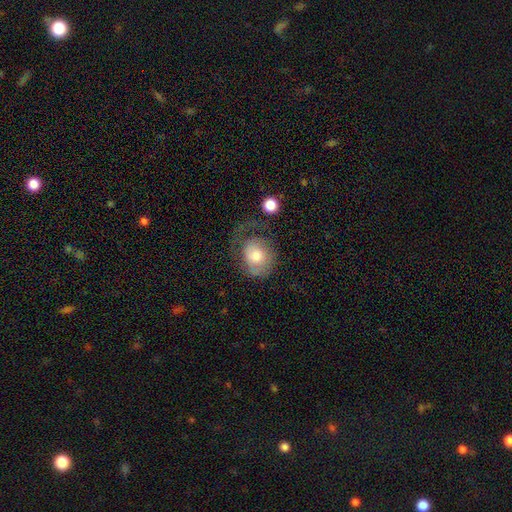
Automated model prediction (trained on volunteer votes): This appears to be a smooth galaxy with no disk features (58%) that is round (58%). Merging: major disturbance (43%).